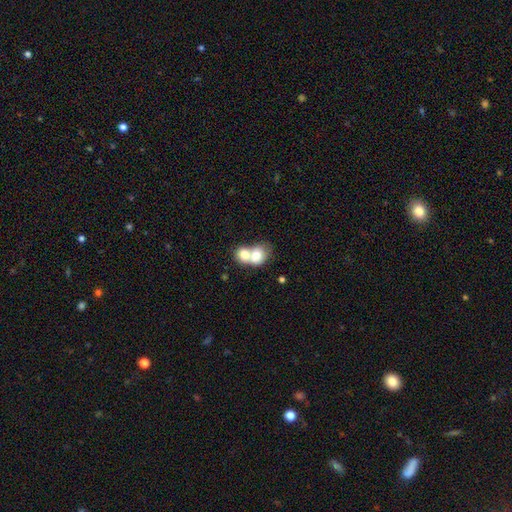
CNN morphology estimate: Q: Smooth or featured?
A: smooth (74%); runner-up: featured or disk (19%)
Q: How rounded?
A: round (51%); runner-up: in between (48%)
Q: Merging?
A: merger (76%); runner-up: none (16%)